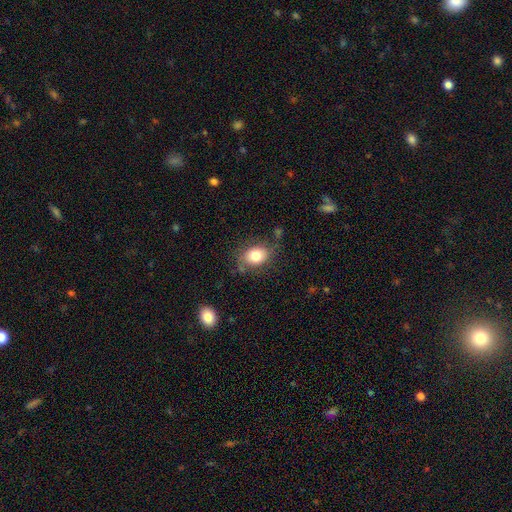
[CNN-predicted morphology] Smooth or featured? smooth (80%)
How rounded? in between (63%)
Merging? none (72%)